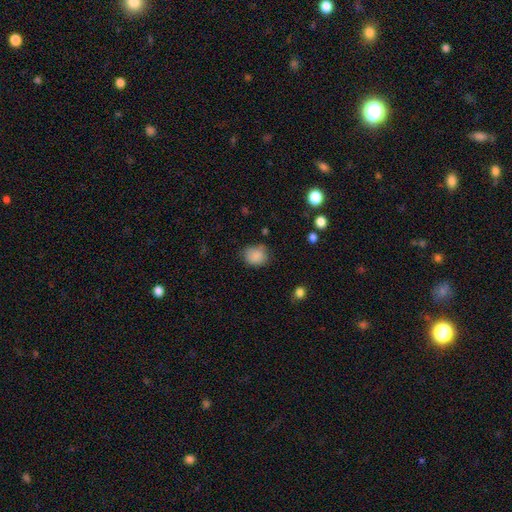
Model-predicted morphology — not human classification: The model was most divided on "how rounded": round: 67%, in between: 32%, cigar-shaped: 1%. More confident: smooth or featured — smooth (85%); merging — none (69%).